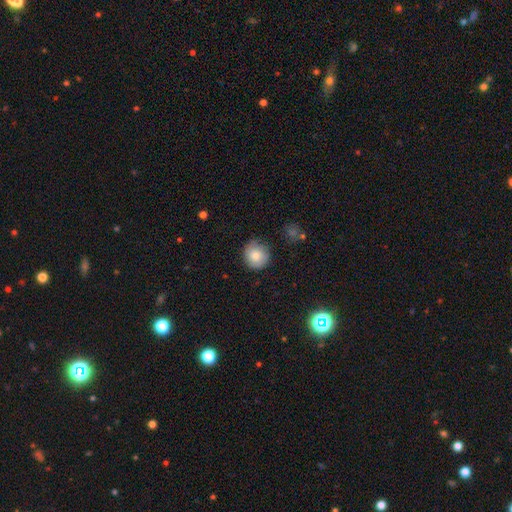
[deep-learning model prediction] Smooth or featured? Predicted: smooth (p=0.82). How rounded? Predicted: round (p=0.90). Merging? Predicted: none (p=0.79).